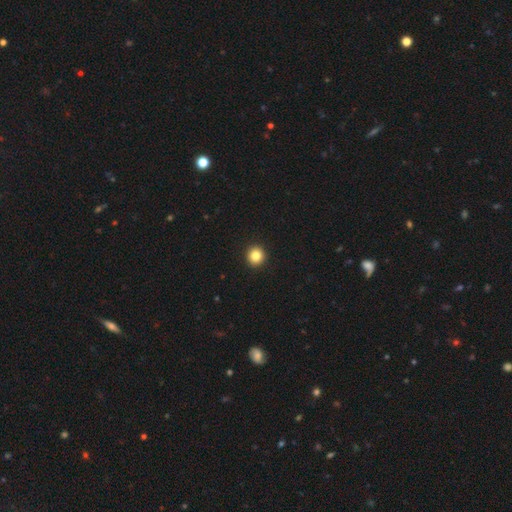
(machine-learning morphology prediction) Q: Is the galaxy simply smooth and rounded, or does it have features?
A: smooth — 84%.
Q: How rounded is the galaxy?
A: round — 93%.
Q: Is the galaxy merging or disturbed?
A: none — 94%.